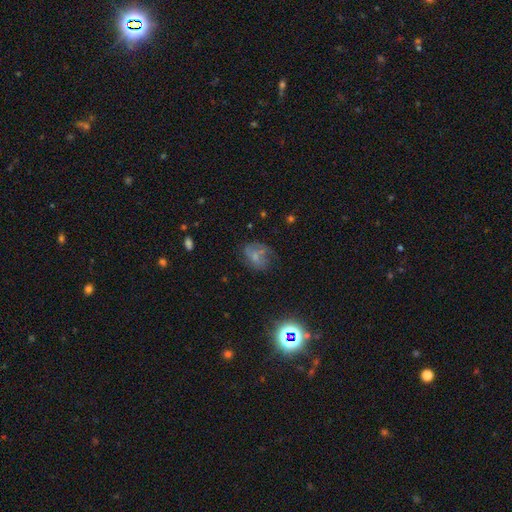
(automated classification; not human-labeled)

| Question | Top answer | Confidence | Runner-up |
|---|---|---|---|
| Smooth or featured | smooth | 47% | featured or disk (37%) |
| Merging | none | 45% | minor disturbance (27%) |